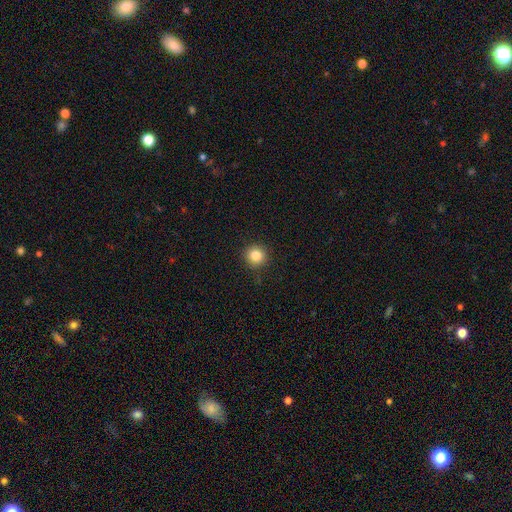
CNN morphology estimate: This appears to be a smooth galaxy with no disk features (84%) that is round (94%). Merging: none (91%).